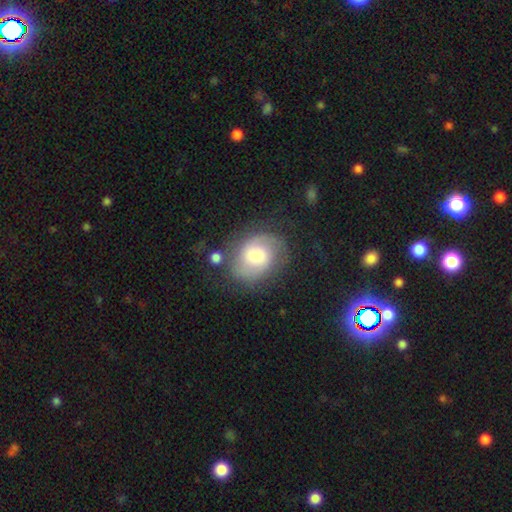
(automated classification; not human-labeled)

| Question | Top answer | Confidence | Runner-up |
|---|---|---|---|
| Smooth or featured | featured or disk | 58% | smooth (34%) |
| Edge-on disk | no | 97% | yes (3%) |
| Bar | no | 56% | weak (36%) |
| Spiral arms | yes | 87% | no (13%) |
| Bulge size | moderate | 43% | large (29%) |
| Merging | none | 65% | minor disturbance (20%) |